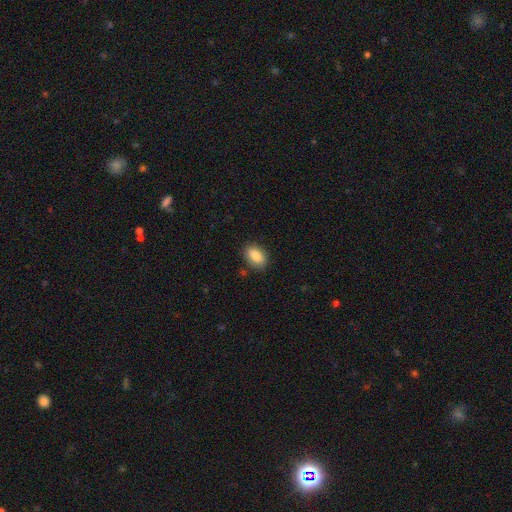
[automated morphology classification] smooth_or_featured: smooth (p=0.88) [alt: star or artifact p=0.07]
how_rounded: in between (p=0.89) [alt: round p=0.09]
merging: none (p=0.85) [alt: minor disturbance p=0.10]